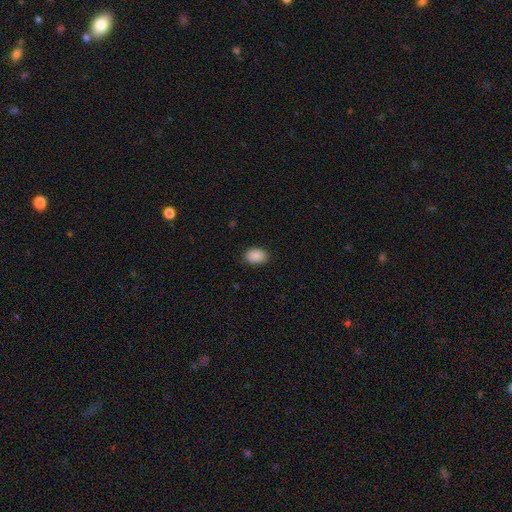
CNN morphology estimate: This appears to be a smooth galaxy with no disk features (90%) that is in between round and cigar-shaped (80%). Merging: none (87%).